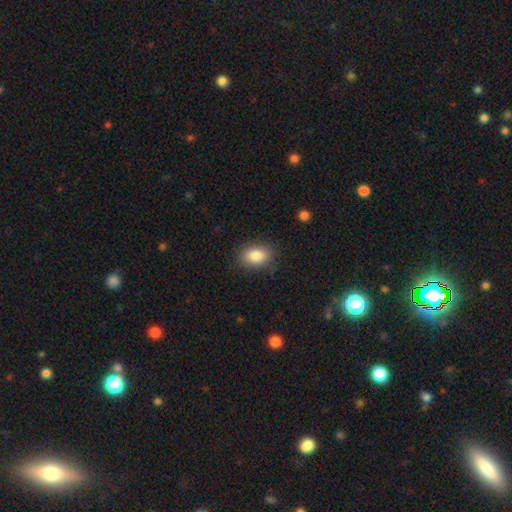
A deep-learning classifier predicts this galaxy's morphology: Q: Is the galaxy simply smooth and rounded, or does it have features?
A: smooth — 86%.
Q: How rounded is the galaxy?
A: in between — 81%.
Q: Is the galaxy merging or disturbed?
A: none — 84%.